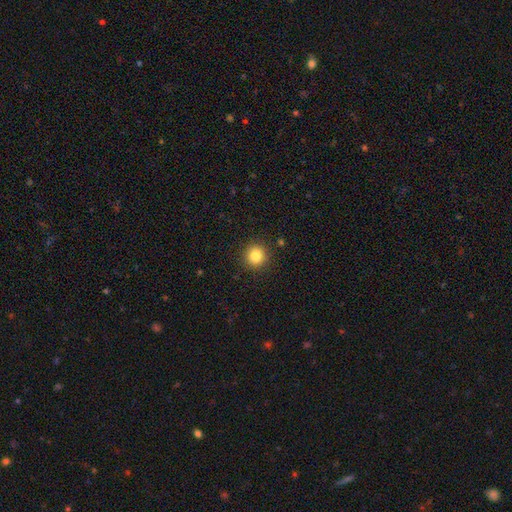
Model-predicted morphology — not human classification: A smooth galaxy with no disk features (85%) that is round (93%).

Vote fractions:
- Smooth or featured? smooth: 85% / star or artifact: 11% / featured or disk: 5%
- How rounded? round: 93% / in between: 6% / cigar-shaped: 1%
- Merging? none: 91% / minor disturbance: 6% / major disturbance: 2% / merger: 1%